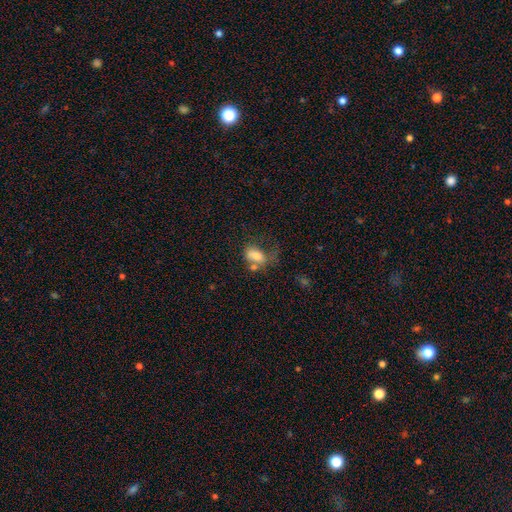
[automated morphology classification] Smooth or featured?
  - smooth: 67% *
  - featured or disk: 22%
  - star or artifact: 11%
How rounded?
  - in between: 80% *
  - round: 18%
  - cigar-shaped: 3%
Merging?
  - major disturbance: 31% *
  - none: 25%
  - merger: 24%
  - minor disturbance: 19%